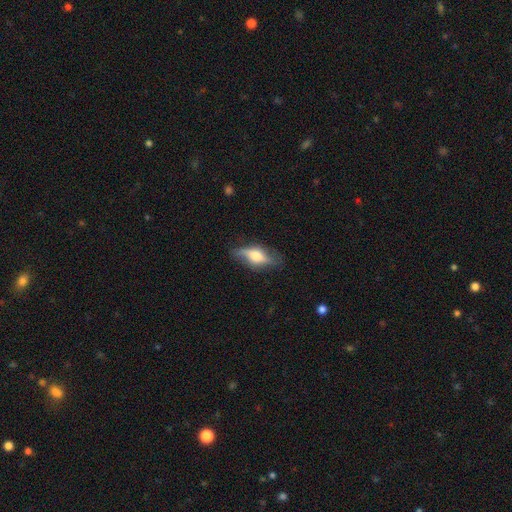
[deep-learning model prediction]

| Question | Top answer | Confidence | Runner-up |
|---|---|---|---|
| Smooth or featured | featured or disk | 54% | smooth (38%) |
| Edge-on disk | yes | 67% | no (33%) |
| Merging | none | 68% | minor disturbance (23%) |